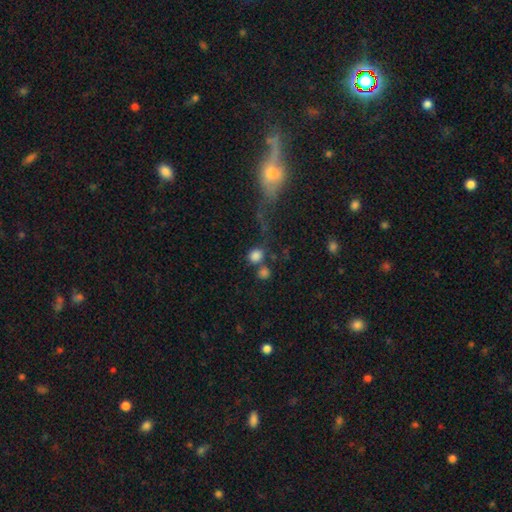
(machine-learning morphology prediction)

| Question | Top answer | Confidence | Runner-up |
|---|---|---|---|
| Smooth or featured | smooth | 82% | star or artifact (13%) |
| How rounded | round | 83% | in between (15%) |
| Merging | none | 54% | merger (28%) |